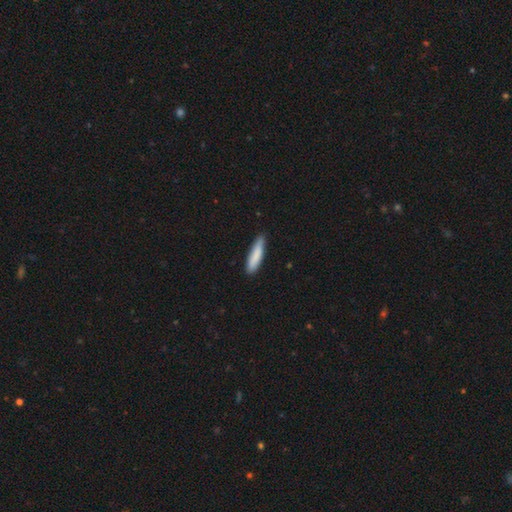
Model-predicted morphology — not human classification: A smooth galaxy with no disk features (85%) that is cigar-shaped (81%). Merging: none (84%).